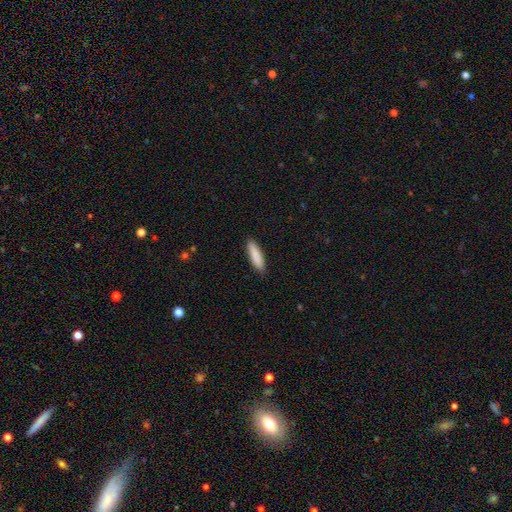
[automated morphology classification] Smooth or featured: smooth — 85% (featured or disk — 9%)
How rounded: cigar-shaped — 69% (in between — 30%)
Merging: none — 89% (minor disturbance — 9%)